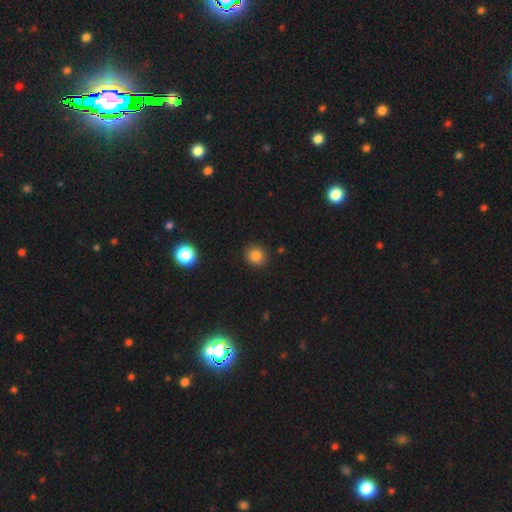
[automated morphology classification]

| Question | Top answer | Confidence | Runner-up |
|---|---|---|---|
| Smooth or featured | smooth | 82% | star or artifact (12%) |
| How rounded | round | 84% | in between (15%) |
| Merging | none | 90% | minor disturbance (6%) |